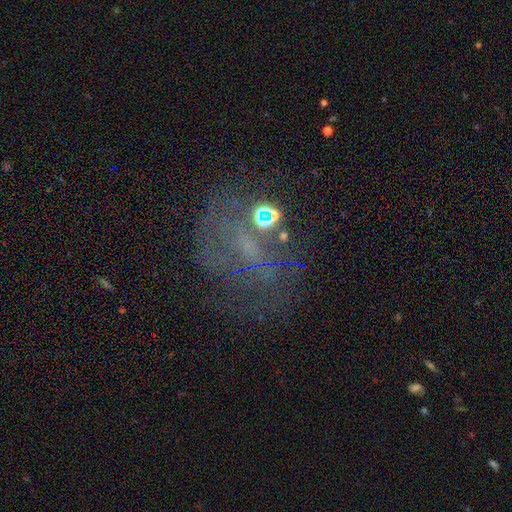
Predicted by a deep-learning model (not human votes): Overall: featured or disk (49%; star or artifact 31%). Merging: none (52%; major disturbance 25%).